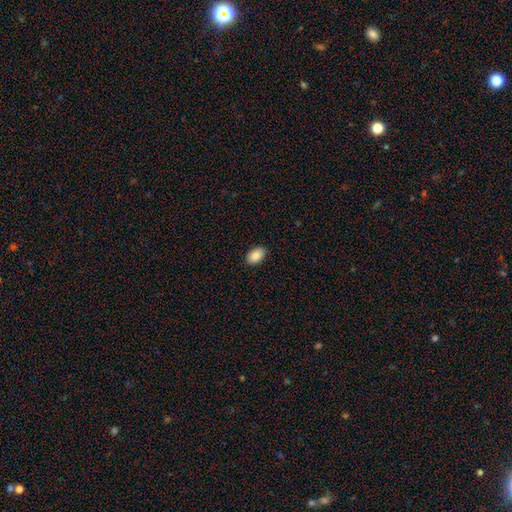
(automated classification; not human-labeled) Smooth or featured? Predicted: smooth (p=0.89). How rounded? Predicted: in between (p=0.90). Merging? Predicted: none (p=0.89).